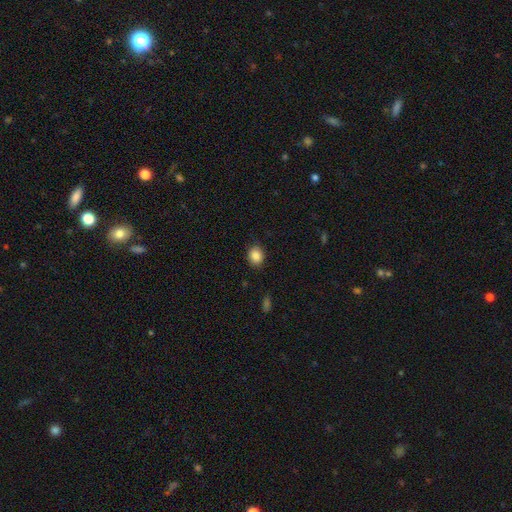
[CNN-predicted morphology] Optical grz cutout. It shows a smooth galaxy with no disk features (86%) that is round (52%). Merging: none (85%).